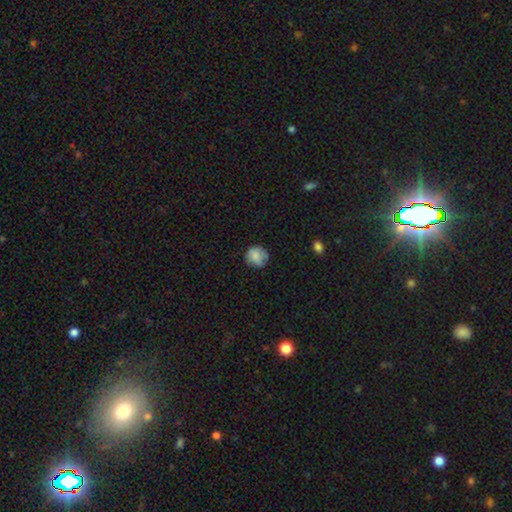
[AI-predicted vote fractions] Smooth or featured?
  - smooth: 80% *
  - featured or disk: 11%
  - star or artifact: 8%
How rounded?
  - round: 88% *
  - in between: 11%
  - cigar-shaped: 1%
Merging?
  - none: 73% *
  - minor disturbance: 21%
  - major disturbance: 5%
  - merger: 1%